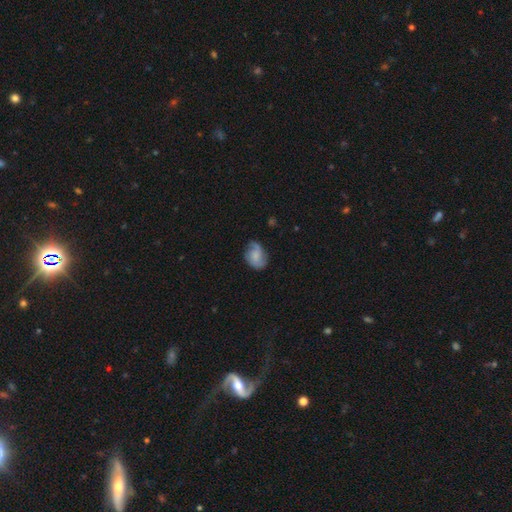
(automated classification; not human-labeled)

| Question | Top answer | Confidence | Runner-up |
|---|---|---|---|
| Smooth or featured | featured or disk | 55% | smooth (37%) |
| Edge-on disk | no | 97% | yes (3%) |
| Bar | no | 67% | weak (28%) |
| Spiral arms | yes | 91% | no (9%) |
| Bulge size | none | 33% | small (31%) |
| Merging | none | 65% | minor disturbance (24%) |